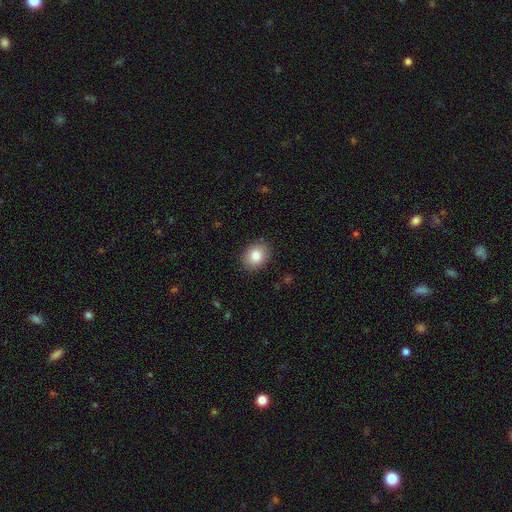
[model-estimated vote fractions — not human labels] This appears to be a smooth galaxy with no disk features (84%) that is in between round and cigar-shaped (57%). Merging: none (88%).